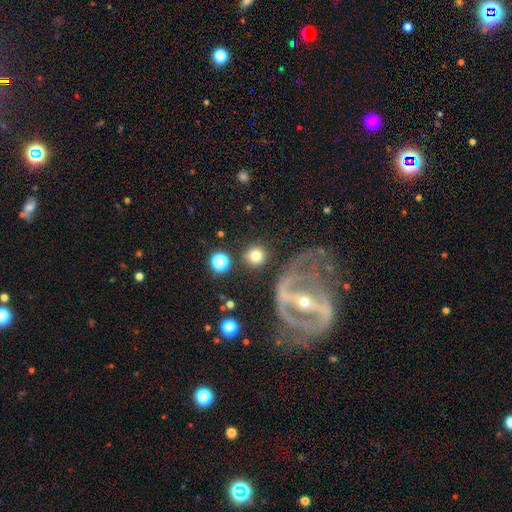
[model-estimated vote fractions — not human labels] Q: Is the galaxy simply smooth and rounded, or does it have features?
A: smooth — 75%.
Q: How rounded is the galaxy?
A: round — 91%.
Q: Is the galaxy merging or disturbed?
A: none — 81%.